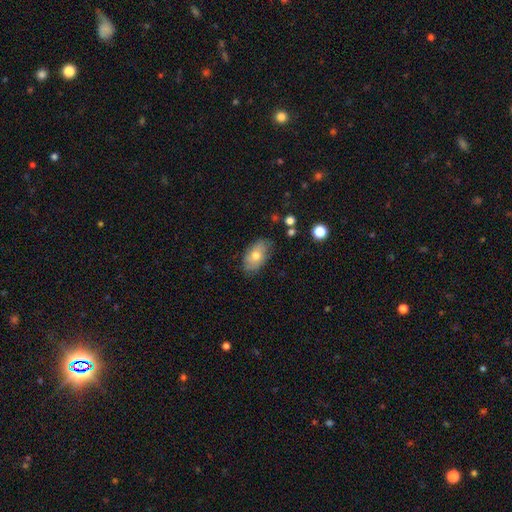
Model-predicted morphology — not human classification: This appears to be a smooth galaxy with no disk features (72%) that is in between round and cigar-shaped (91%). Merging: none (76%).